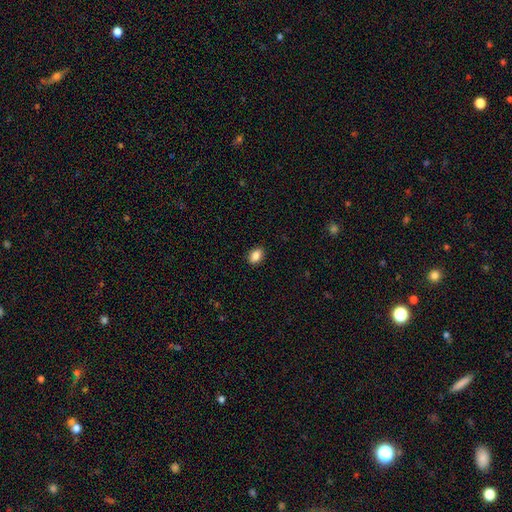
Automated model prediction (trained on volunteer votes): Smooth or featured: smooth — 88% (star or artifact — 8%)
How rounded: in between — 78% (round — 20%)
Merging: none — 90% (minor disturbance — 7%)